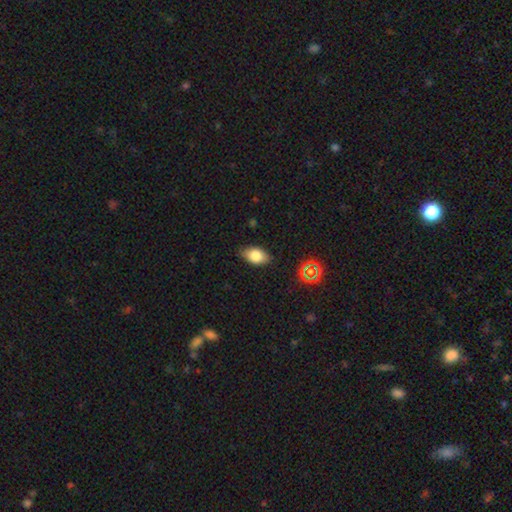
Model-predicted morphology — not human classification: Smooth or featured?
  - smooth: 79% *
  - featured or disk: 11%
  - star or artifact: 10%
How rounded?
  - in between: 89% *
  - round: 8%
  - cigar-shaped: 2%
Merging?
  - none: 84% *
  - minor disturbance: 12%
  - major disturbance: 2%
  - merger: 1%